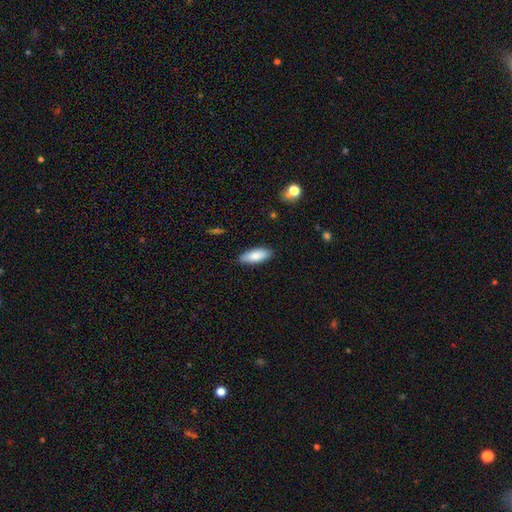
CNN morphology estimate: Smooth or featured?
  - smooth: 84% *
  - featured or disk: 9%
  - star or artifact: 6%
How rounded?
  - in between: 76% *
  - cigar-shaped: 22%
  - round: 2%
Merging?
  - none: 87% *
  - minor disturbance: 10%
  - major disturbance: 2%
  - merger: 1%